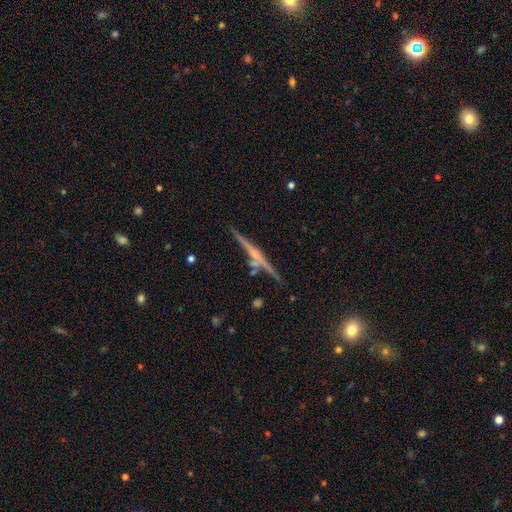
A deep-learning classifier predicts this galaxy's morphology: This appears to be a featured or disk galaxy (76%) viewed edge-on (98%) with a rounded central bulge (54%). Merging: none (80%).